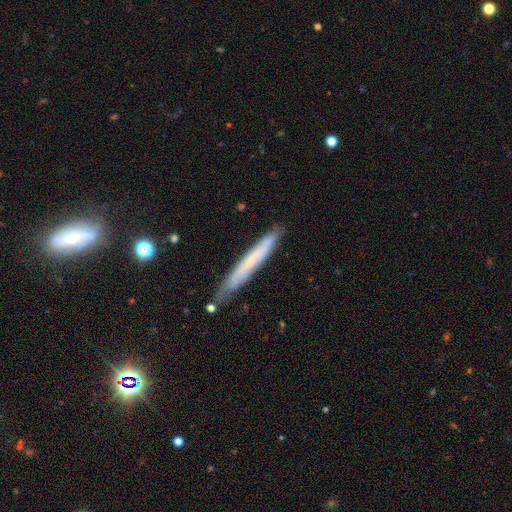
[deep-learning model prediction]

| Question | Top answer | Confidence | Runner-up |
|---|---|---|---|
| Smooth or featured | smooth | 52% | featured or disk (40%) |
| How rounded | cigar-shaped | 96% | in between (3%) |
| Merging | none | 83% | minor disturbance (13%) |